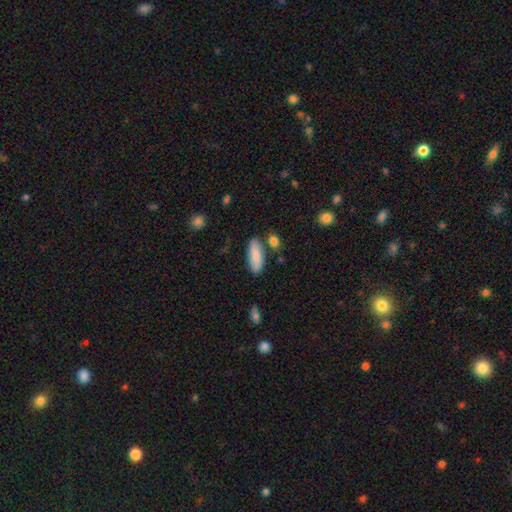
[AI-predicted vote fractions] Smooth or featured?
  - smooth: 84% *
  - featured or disk: 10%
  - star or artifact: 6%
How rounded?
  - in between: 77% *
  - cigar-shaped: 21%
  - round: 2%
Merging?
  - none: 75% *
  - minor disturbance: 15%
  - merger: 7%
  - major disturbance: 4%